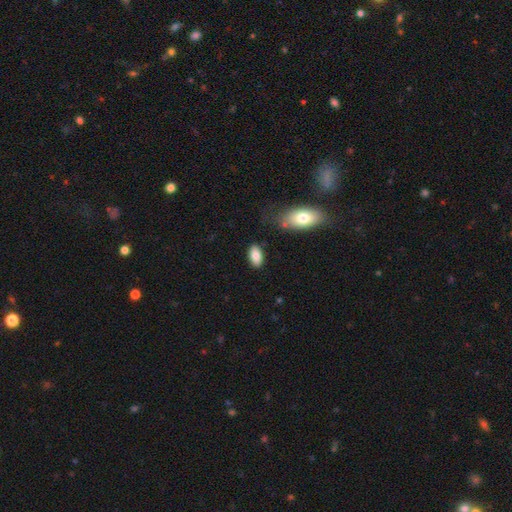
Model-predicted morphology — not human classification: Smooth or featured? smooth (85%)
How rounded? in between (92%)
Merging? none (84%)